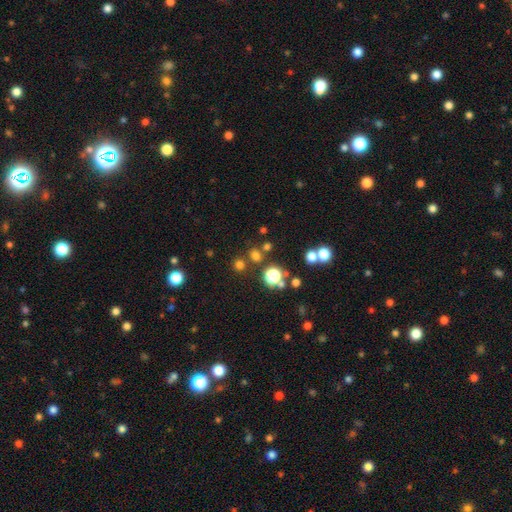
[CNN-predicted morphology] This is likely a smooth galaxy (65%). How rounded: clearly round (88%). Merging: likely none (78%).